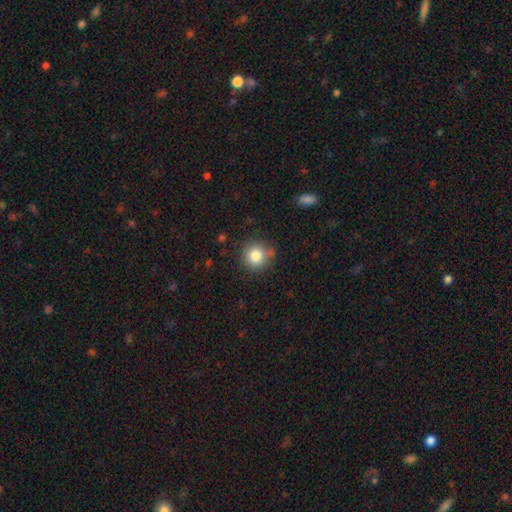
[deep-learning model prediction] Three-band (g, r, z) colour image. It shows a smooth galaxy with no disk features (82%) that is round (92%). Merging: none (81%).